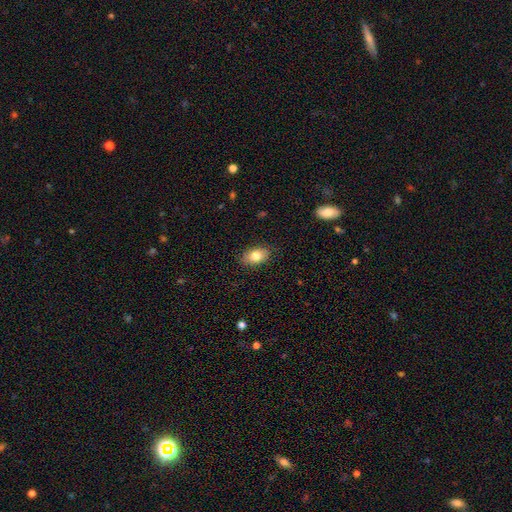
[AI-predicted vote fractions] Smooth or featured: smooth — 81% (featured or disk — 12%)
How rounded: in between — 89% (round — 10%)
Merging: none — 86% (minor disturbance — 11%)